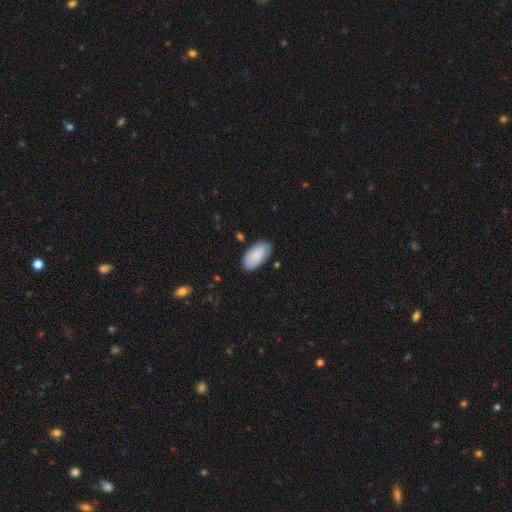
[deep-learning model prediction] Q: Smooth or featured?
A: smooth (86%); runner-up: featured or disk (8%)
Q: How rounded?
A: in between (95%); runner-up: cigar-shaped (3%)
Q: Merging?
A: none (79%); runner-up: minor disturbance (16%)